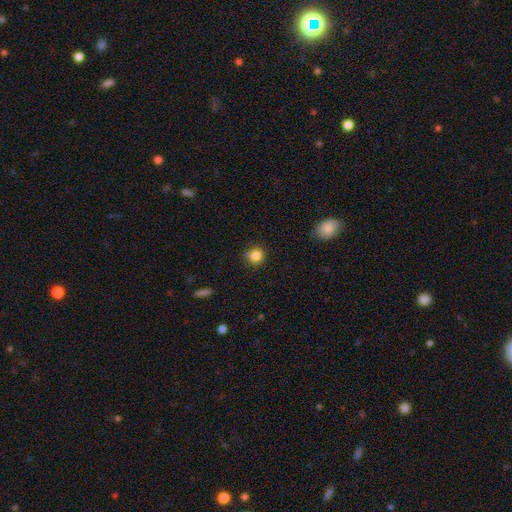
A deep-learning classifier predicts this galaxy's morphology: Q: Smooth or featured?
A: smooth (84%); runner-up: star or artifact (11%)
Q: How rounded?
A: round (87%); runner-up: in between (12%)
Q: Merging?
A: none (76%); runner-up: minor disturbance (17%)